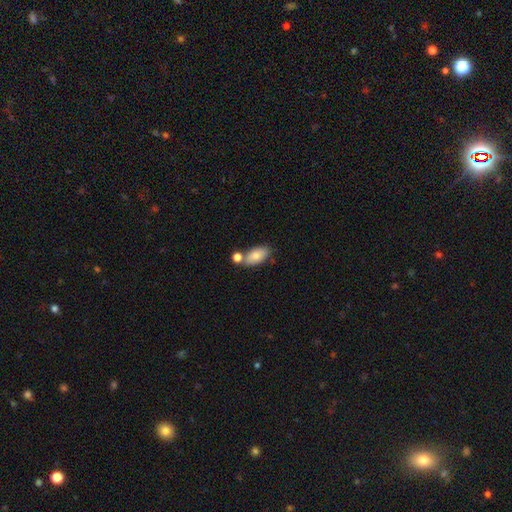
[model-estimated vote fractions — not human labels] Smooth or featured? smooth (81%)
How rounded? in between (91%)
Merging? none (59%)